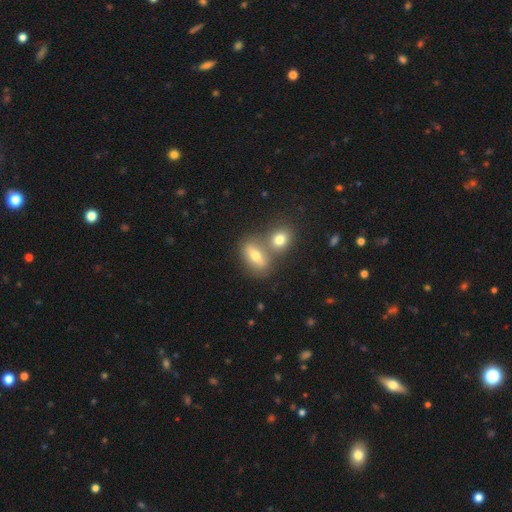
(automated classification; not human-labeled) Q: Smooth or featured?
A: smooth (66%); runner-up: featured or disk (24%)
Q: How rounded?
A: in between (77%); runner-up: round (15%)
Q: Merging?
A: none (48%); runner-up: merger (40%)